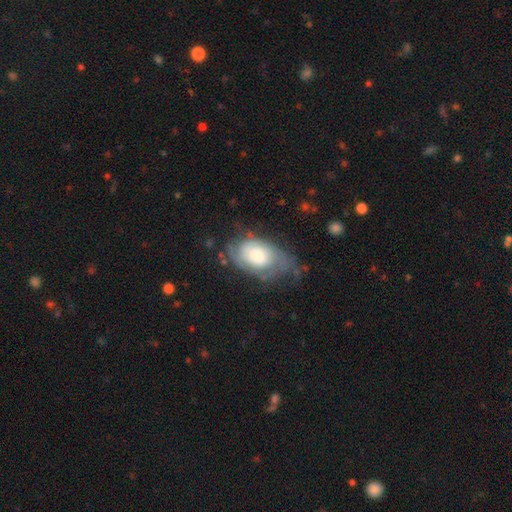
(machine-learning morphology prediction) This is possibly a featured or disk galaxy (60%). It is clearly not viewed edge-on (95%). Bar: likely no (78%). Spiral arm pattern: likely yes (79%). Central bulge: marginally moderate (44%). Merging: possibly none (48%).